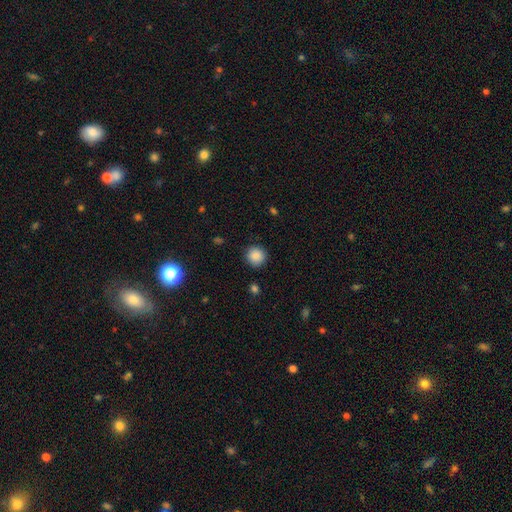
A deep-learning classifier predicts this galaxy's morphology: Overall: smooth (87%). How rounded: round (92%). Merging: none (89%).